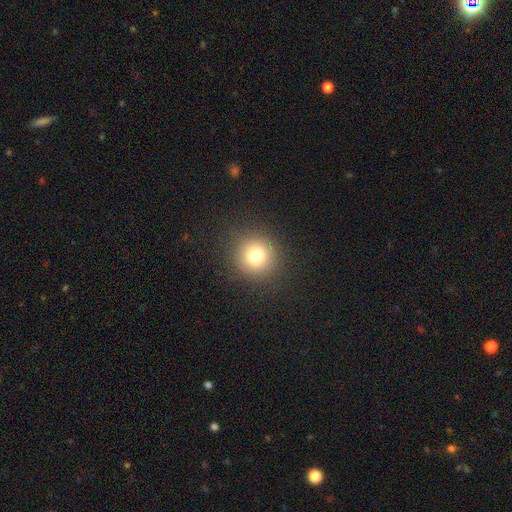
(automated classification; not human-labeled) Q: Smooth or featured?
A: smooth (77%); runner-up: star or artifact (14%)
Q: How rounded?
A: round (93%); runner-up: in between (6%)
Q: Merging?
A: none (89%); runner-up: minor disturbance (6%)